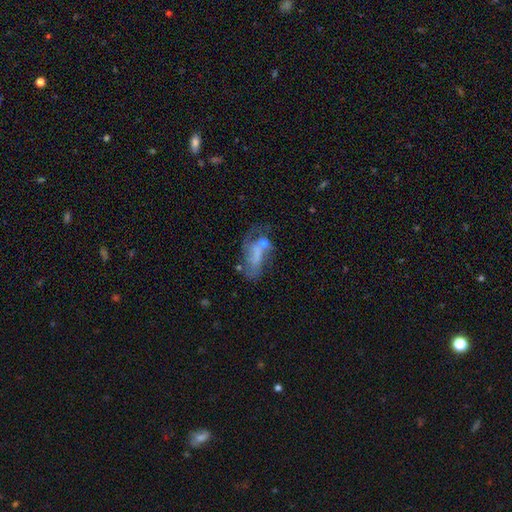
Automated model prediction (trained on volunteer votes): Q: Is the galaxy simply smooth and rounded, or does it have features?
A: featured or disk — 44%, tied with smooth.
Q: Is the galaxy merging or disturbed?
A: major disturbance — 33%.